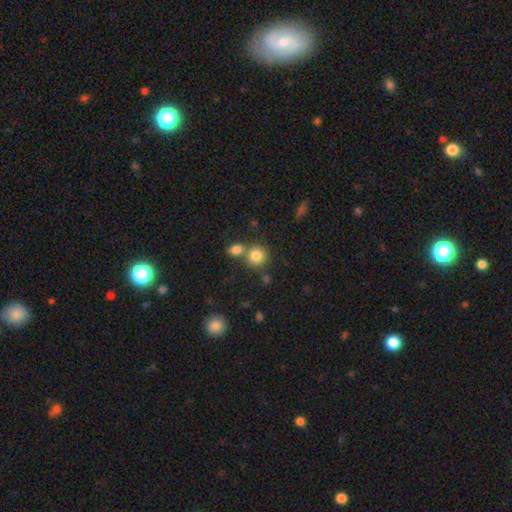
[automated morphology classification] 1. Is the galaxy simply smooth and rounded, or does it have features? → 83% smooth, 10% star or artifact, 7% featured or disk.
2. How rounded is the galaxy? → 84% round, 15% in between, 1% cigar-shaped.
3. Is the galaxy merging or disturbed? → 55% none, 34% merger, 9% minor disturbance, 3% major disturbance.